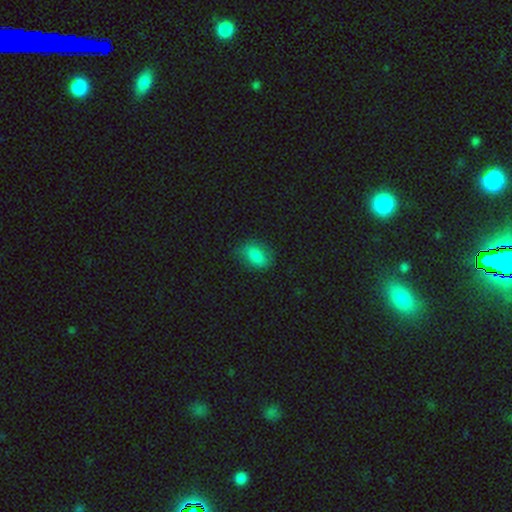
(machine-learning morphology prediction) Overall: smooth (79%). How rounded: in between (79%). Merging: none (67%).